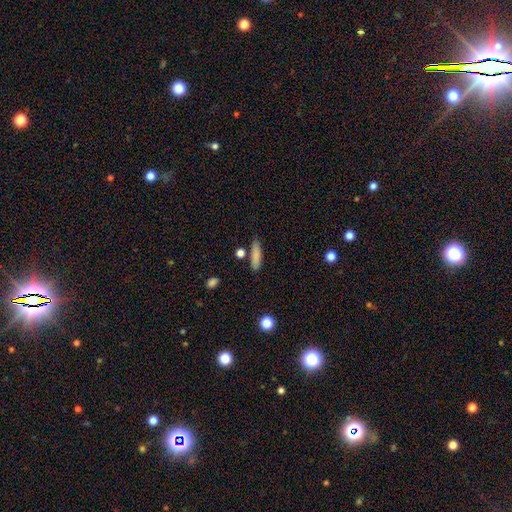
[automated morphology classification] A smooth galaxy with no disk features (83%) that is cigar-shaped (70%). Merging: none (78%).